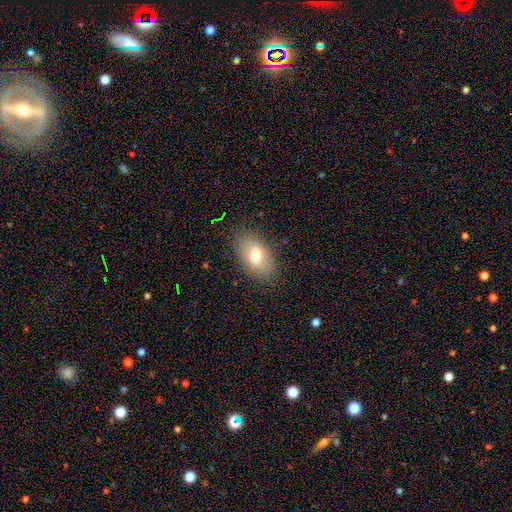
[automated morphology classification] Overall: smooth (72%). How rounded: in between (90%). Merging: none (83%).